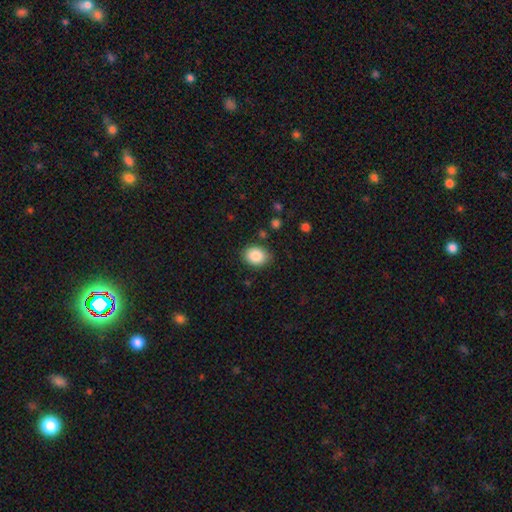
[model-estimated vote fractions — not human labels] A smooth galaxy with no disk features (87%) that is in between round and cigar-shaped (55%). Merging: none (85%).